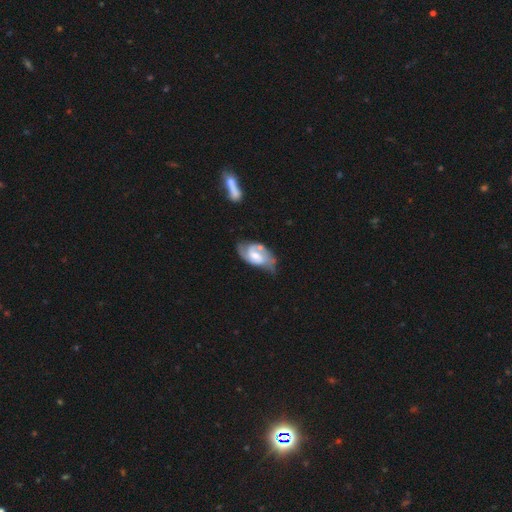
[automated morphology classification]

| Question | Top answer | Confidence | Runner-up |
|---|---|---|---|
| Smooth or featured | featured or disk | 77% | smooth (17%) |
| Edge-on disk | no | 96% | yes (4%) |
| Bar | weak | 48% | no (38%) |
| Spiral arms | yes | 92% | no (8%) |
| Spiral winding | medium | 48% | tight (31%) |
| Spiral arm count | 2 | 78% | can't tell (10%) |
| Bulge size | moderate | 52% | small (33%) |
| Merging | none | 48% | minor disturbance (29%) |